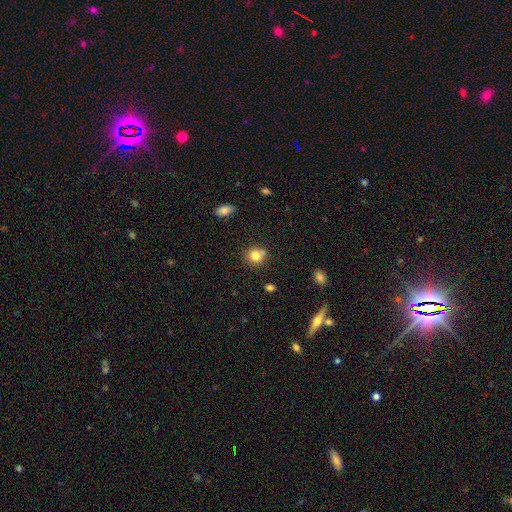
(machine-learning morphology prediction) This is likely a smooth galaxy (79%). How rounded: clearly round (83%). Merging: likely none (69%).